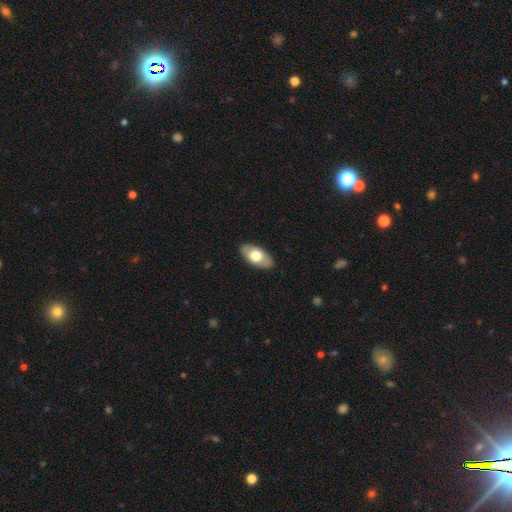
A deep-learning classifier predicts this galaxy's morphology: A smooth galaxy with no disk features (64%) that is in between round and cigar-shaped (93%). Merging: none (87%).